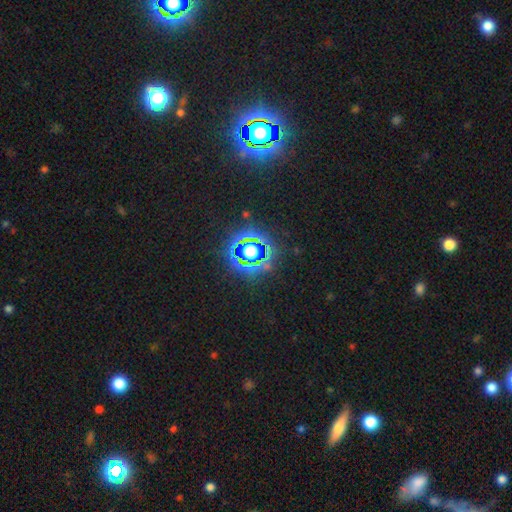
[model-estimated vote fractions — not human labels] Smooth or featured?
  - star or artifact: 80% *
  - smooth: 13%
  - featured or disk: 8%